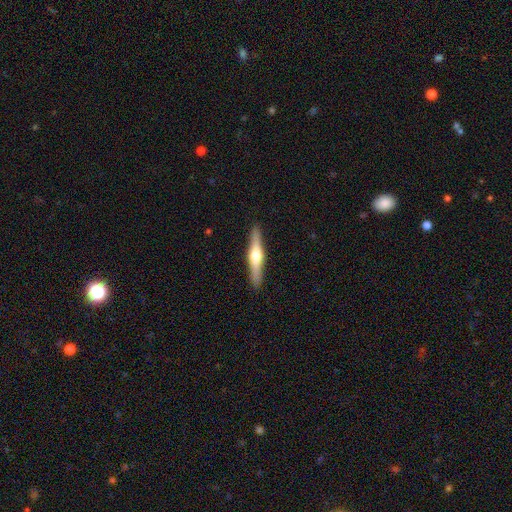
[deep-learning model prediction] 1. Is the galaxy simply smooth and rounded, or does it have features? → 67% featured or disk, 28% smooth, 5% star or artifact.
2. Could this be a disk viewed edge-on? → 97% yes, 3% no.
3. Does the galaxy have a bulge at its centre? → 93% rounded, 4% boxy, 3% none.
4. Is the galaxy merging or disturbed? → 91% none, 6% minor disturbance, 1% major disturbance, 1% merger.